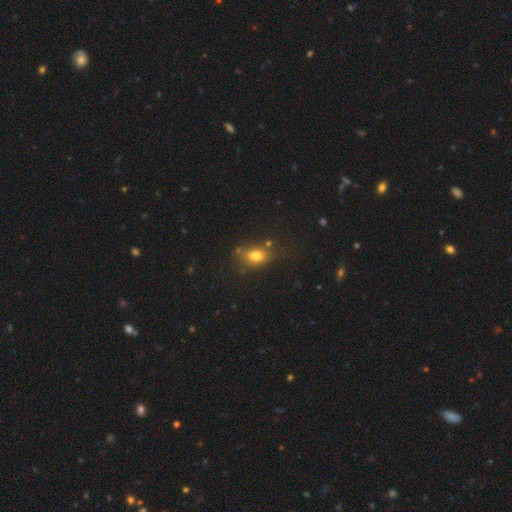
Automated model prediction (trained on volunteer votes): Smooth or featured: smooth — 76% (star or artifact — 13%)
How rounded: in between — 75% (round — 22%)
Merging: none — 67% (minor disturbance — 18%)